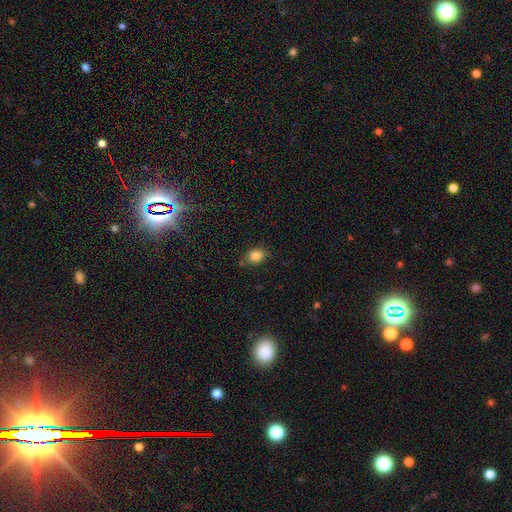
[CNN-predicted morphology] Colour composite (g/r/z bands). It shows a smooth galaxy with no disk features (84%) that is in between round and cigar-shaped (52%). Merging: none (76%).